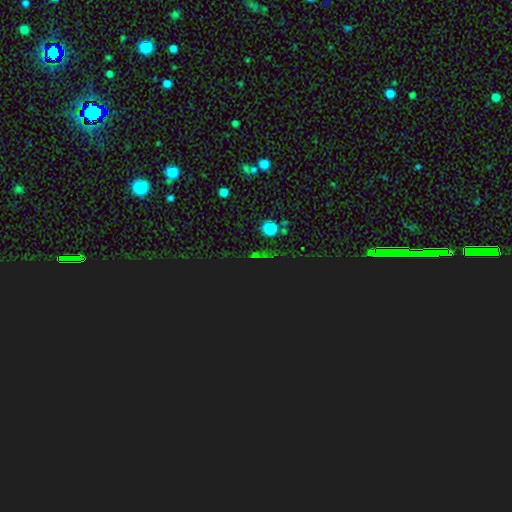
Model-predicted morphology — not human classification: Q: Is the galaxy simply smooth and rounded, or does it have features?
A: star or artifact — 72%.